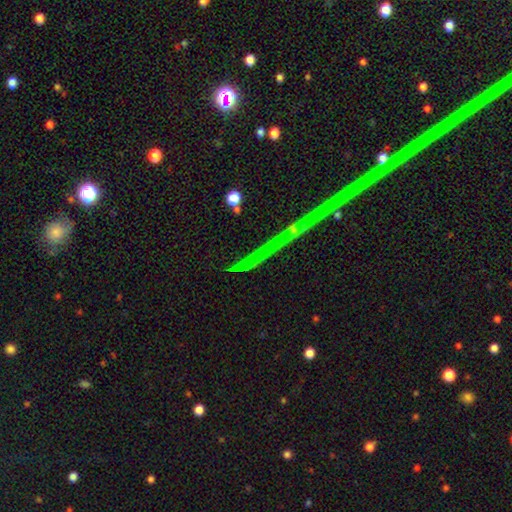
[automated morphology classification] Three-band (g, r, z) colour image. It shows a star or artifact, not a galaxy (68%).